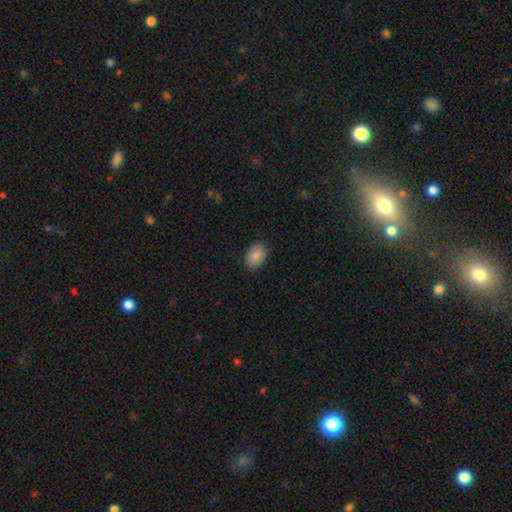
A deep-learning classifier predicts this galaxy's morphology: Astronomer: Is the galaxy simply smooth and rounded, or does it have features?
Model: smooth — 88%.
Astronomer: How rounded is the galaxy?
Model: in between — 75%.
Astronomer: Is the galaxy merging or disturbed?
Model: none — 88%.